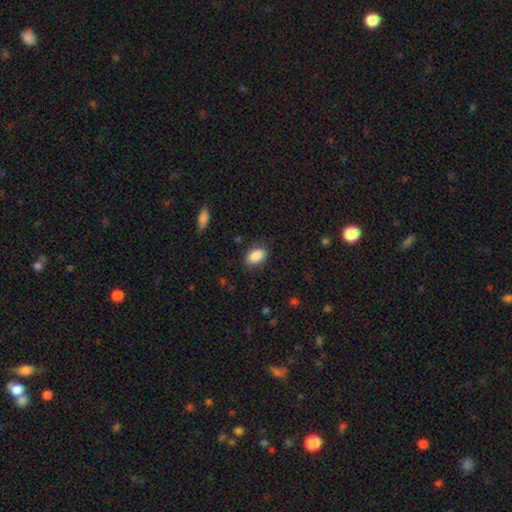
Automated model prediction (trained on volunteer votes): smooth-or-featured: smooth: 88% | star or artifact: 7% | featured or disk: 5%
  how-rounded: in between: 87% | round: 11% | cigar-shaped: 1%
  merging: none: 82% | minor disturbance: 14% | major disturbance: 3% | merger: 1%